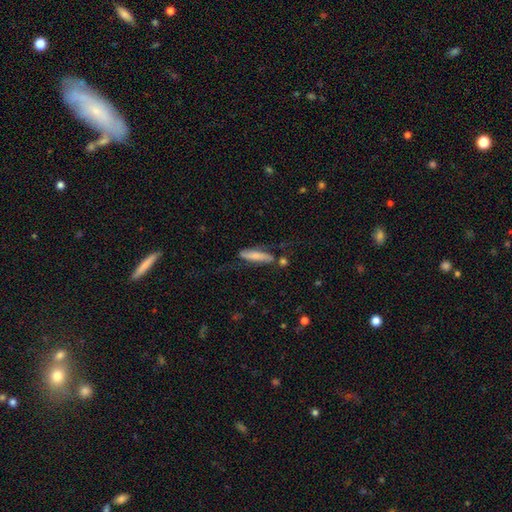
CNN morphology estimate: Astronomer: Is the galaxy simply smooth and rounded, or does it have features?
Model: smooth — 69%.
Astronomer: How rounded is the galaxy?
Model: cigar-shaped — 76%.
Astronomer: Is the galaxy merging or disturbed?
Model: none — 64%.